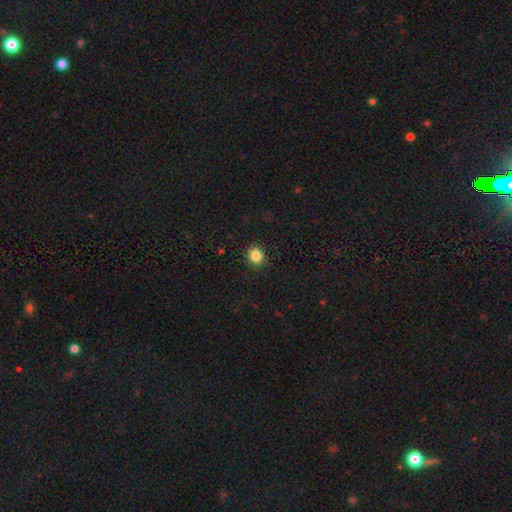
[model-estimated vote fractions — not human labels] Smooth or featured? Predicted: smooth (p=0.86). How rounded? Predicted: round (p=0.74). Merging? Predicted: none (p=0.89).